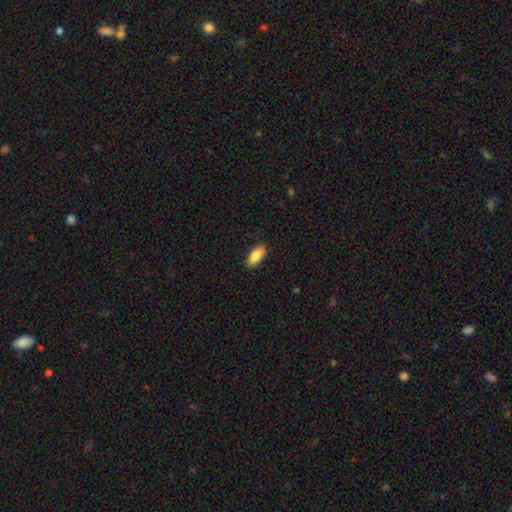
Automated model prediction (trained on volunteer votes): smooth-or-featured: smooth: 83% | featured or disk: 10% | star or artifact: 7%
  how-rounded: in between: 85% | cigar-shaped: 12% | round: 2%
  merging: none: 81% | minor disturbance: 15% | major disturbance: 3% | merger: 2%